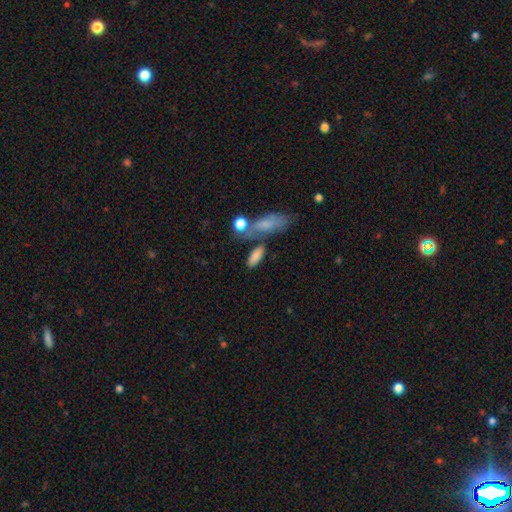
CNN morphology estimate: smooth-or-featured: smooth: 81% | featured or disk: 11% | star or artifact: 8%
  how-rounded: in between: 70% | cigar-shaped: 24% | round: 6%
  merging: none: 56% | merger: 22% | minor disturbance: 15% | major disturbance: 7%